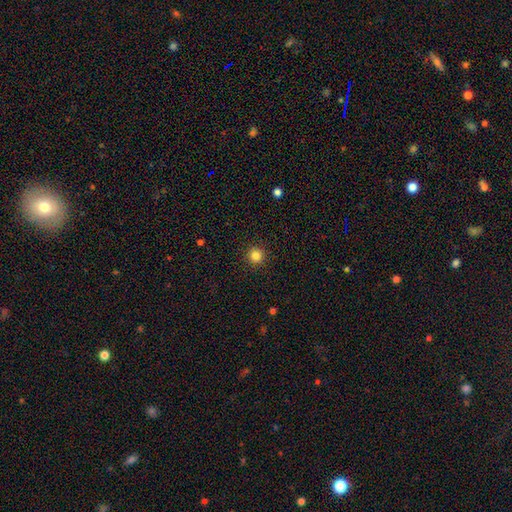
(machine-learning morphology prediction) Smooth or featured? smooth (83%)
How rounded? round (96%)
Merging? none (92%)